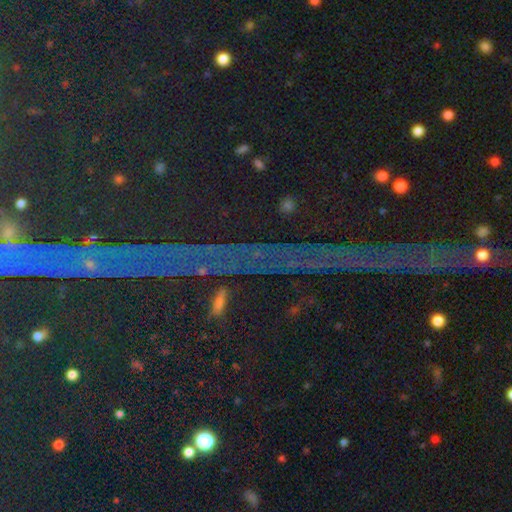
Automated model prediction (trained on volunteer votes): Smooth or featured? star or artifact (85%)